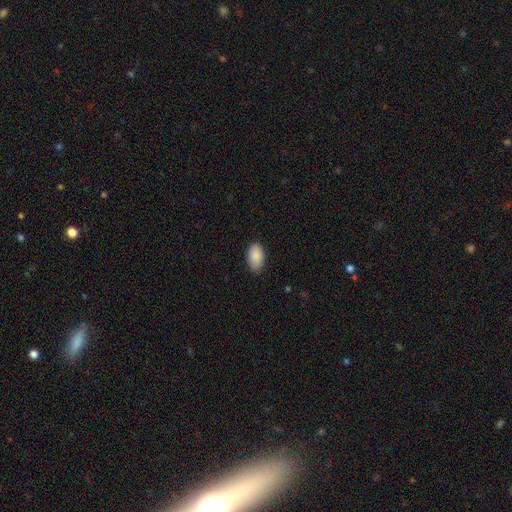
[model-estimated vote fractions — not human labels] Overall: smooth (89%). How rounded: in between (93%). Merging: none (80%).